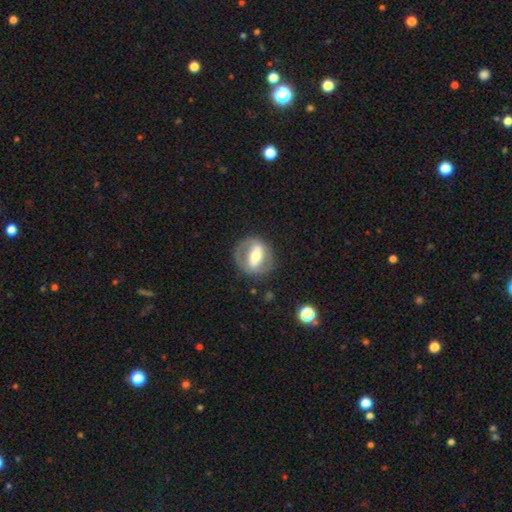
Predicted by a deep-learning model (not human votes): Smooth or featured? featured or disk (67%)
Edge-on disk? no (92%)
Bar? strong (61%)
Spiral arms? yes (50%, tied with no)
Bulge size? moderate (61%)
Merging? none (76%)